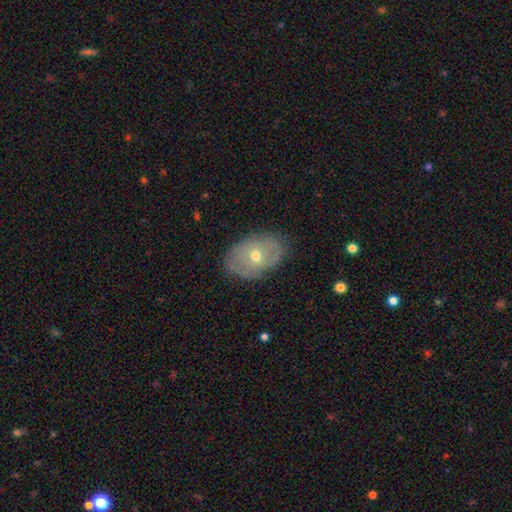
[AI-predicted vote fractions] A featured or disk galaxy (57%) with no bar (79%), no spiral arms (54%) and a moderate central bulge (54%).

Vote fractions:
- Smooth or featured? featured or disk: 57% / smooth: 34% / star or artifact: 9%
- Edge-on disk? no: 90% / yes: 10%
- Bar? no: 79% / weak: 17% / strong: 5%
- Spiral arms? no: 54% / yes: 46%
- Bulge size? moderate: 54% / small: 43% / large: 1% / none: 1% / dominant: 1%
- Merging? none: 80% / minor disturbance: 15% / major disturbance: 4% / merger: 1%